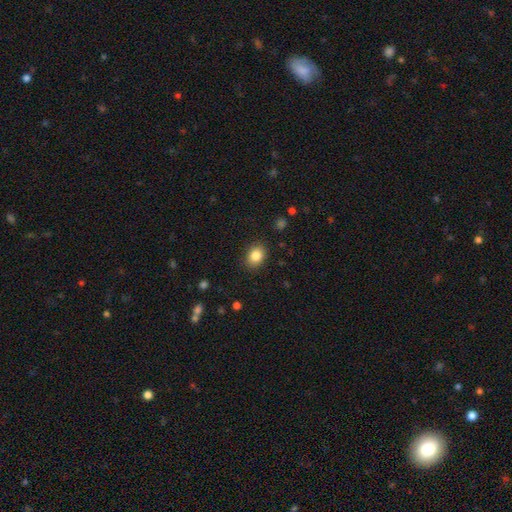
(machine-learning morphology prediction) smooth_or_featured: smooth (p=0.85) [alt: star or artifact p=0.09]
how_rounded: in between (p=0.56) [alt: round p=0.43]
merging: none (p=0.87) [alt: minor disturbance p=0.09]